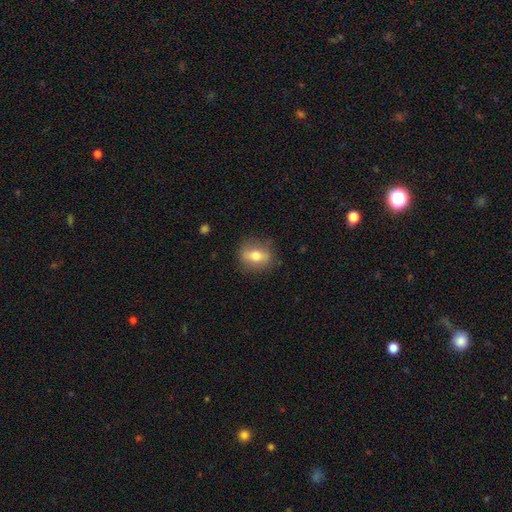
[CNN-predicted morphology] smooth 60%, featured or disk 32%, star or artifact 8%. Down the decision tree: how rounded — in between (54%); merging — none (80%).